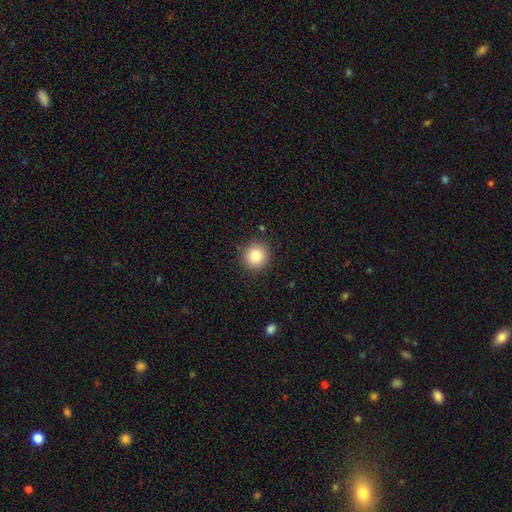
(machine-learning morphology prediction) Q: Smooth or featured?
A: smooth (82%); runner-up: star or artifact (10%)
Q: How rounded?
A: round (93%); runner-up: in between (6%)
Q: Merging?
A: none (90%); runner-up: minor disturbance (7%)